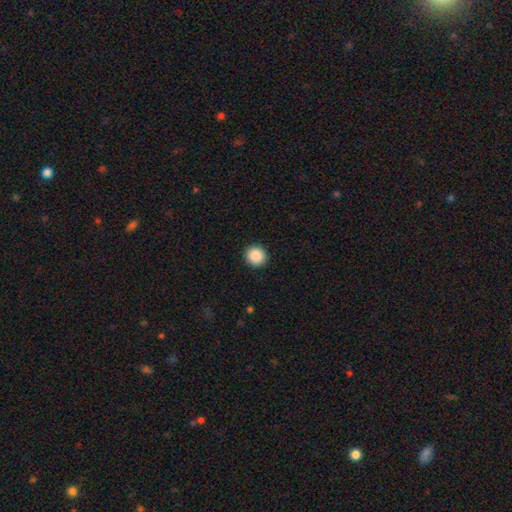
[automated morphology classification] This appears to be a smooth galaxy with no disk features (88%) that is round (93%). Merging: none (93%).